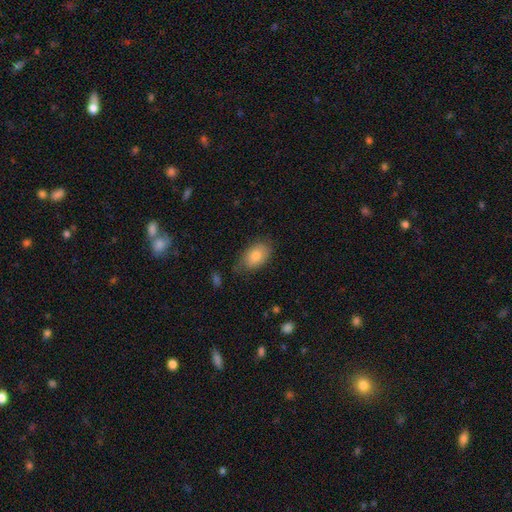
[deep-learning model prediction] Smooth or featured: smooth — 79% (featured or disk — 13%)
How rounded: in between — 90% (round — 9%)
Merging: none — 72% (minor disturbance — 22%)